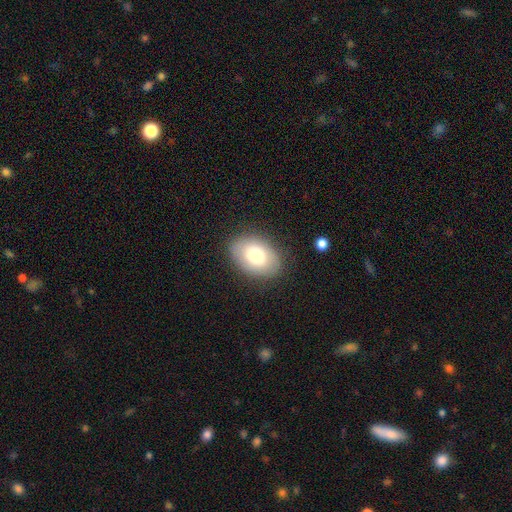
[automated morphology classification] This is likely a smooth galaxy (75%). How rounded: clearly in between (82%). Merging: clearly none (85%).